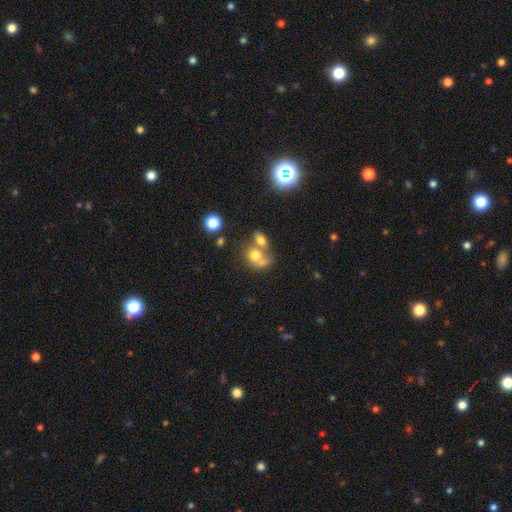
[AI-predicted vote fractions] Smooth or featured? Predicted: smooth (p=0.70). How rounded? Predicted: round (p=0.54). Merging? Predicted: merger (p=0.59).